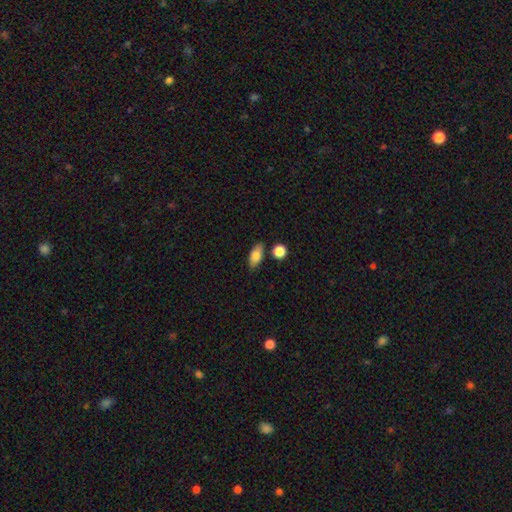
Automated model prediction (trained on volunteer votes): Smooth or featured?
  - smooth: 77% *
  - featured or disk: 15%
  - star or artifact: 8%
How rounded?
  - in between: 83% *
  - cigar-shaped: 11%
  - round: 6%
Merging?
  - none: 80% *
  - minor disturbance: 11%
  - merger: 6%
  - major disturbance: 3%